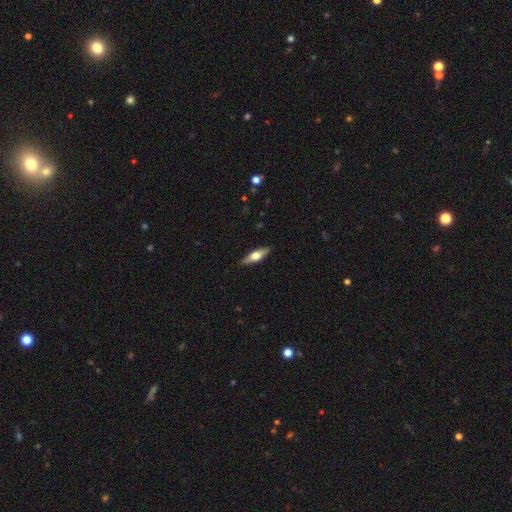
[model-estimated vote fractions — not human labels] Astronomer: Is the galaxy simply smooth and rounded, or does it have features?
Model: featured or disk — 49% (runner-up: smooth, 45%).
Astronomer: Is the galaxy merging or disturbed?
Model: none — 89%.